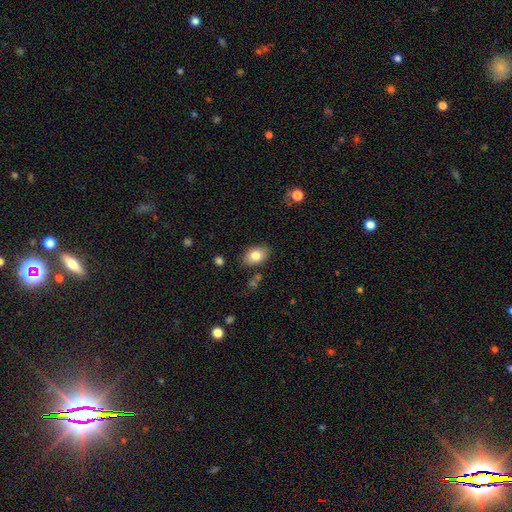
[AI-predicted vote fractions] smooth-or-featured: smooth: 81% | featured or disk: 11% | star or artifact: 8%
  how-rounded: in between: 85% | round: 14% | cigar-shaped: 1%
  merging: none: 82% | minor disturbance: 12% | merger: 3% | major disturbance: 3%